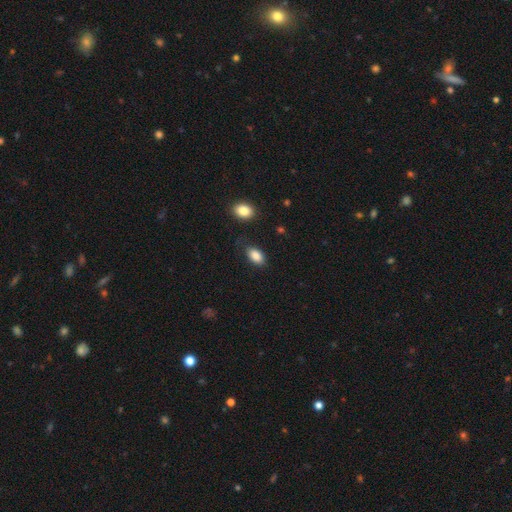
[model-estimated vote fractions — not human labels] smooth 87%, star or artifact 8%, featured or disk 5%. Down the decision tree: how rounded — in between (92%); merging — none (79%).